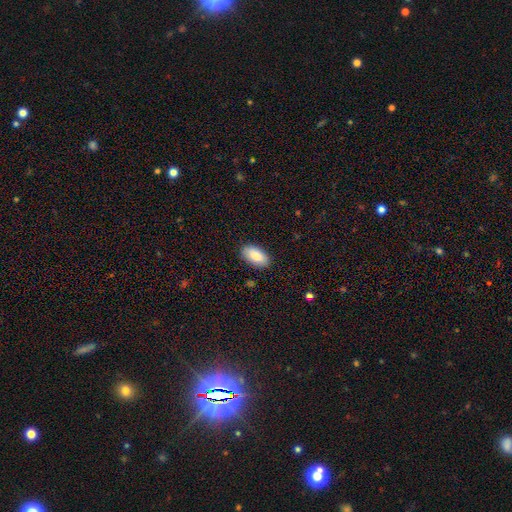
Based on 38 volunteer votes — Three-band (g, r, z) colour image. It shows a smooth galaxy with no disk features (89%) that is in between round and cigar-shaped (94%). Merging: none (92%).